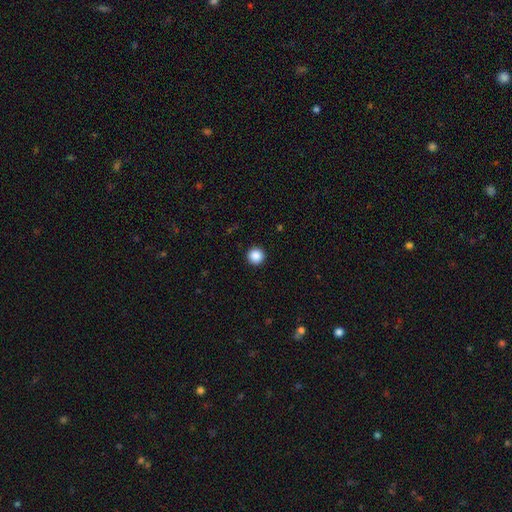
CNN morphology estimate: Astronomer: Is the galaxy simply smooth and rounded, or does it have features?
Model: smooth — 88%.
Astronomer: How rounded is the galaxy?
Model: round — 97%.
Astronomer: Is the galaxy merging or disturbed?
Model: none — 94%.